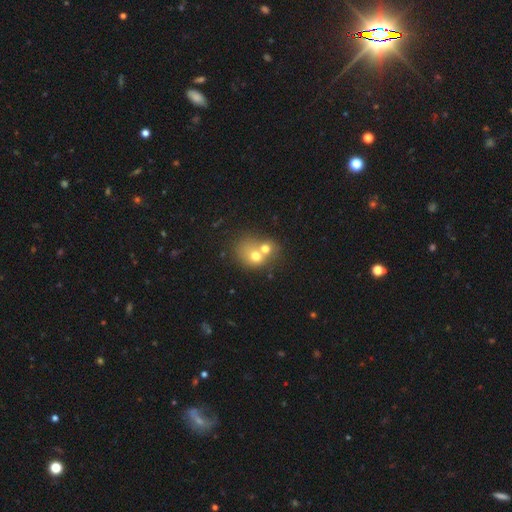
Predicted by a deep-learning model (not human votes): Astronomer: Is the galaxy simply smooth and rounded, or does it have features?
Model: smooth — 64%.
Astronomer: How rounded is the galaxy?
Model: round — 63%.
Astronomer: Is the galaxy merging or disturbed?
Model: merger — 65%.